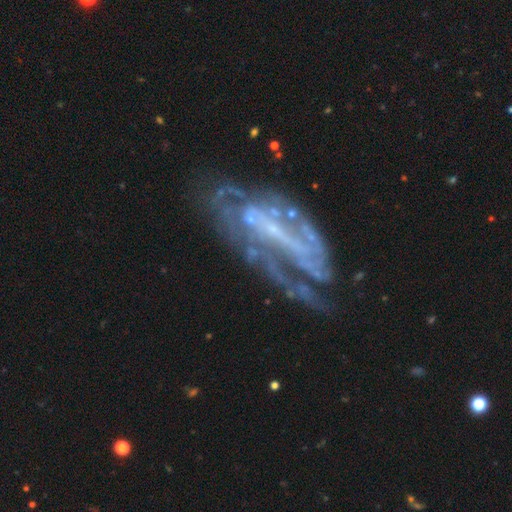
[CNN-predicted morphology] smooth_or_featured: featured or disk (p=0.84) [alt: star or artifact p=0.08]
disk_edge_on: no (p=0.93) [alt: yes p=0.07]
bar: no (p=0.35) [alt: weak p=0.33]
has_spiral_arms: yes (p=0.82) [alt: no p=0.18]
spiral_winding: tight (p=0.40) [alt: medium p=0.39]
spiral_arm_count: can't tell (p=0.38) [alt: 2 p=0.27]
bulge_size: small (p=0.51) [alt: none p=0.37]
merging: none (p=0.47) [alt: major disturbance p=0.27]